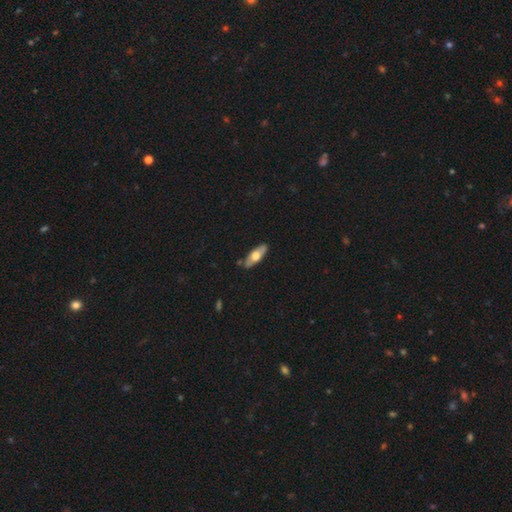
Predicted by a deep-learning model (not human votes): The model was most divided on "smooth or featured": smooth: 52%, featured or disk: 43%, star or artifact: 5%. More confident: merging — none (83%); how rounded — in between (64%).